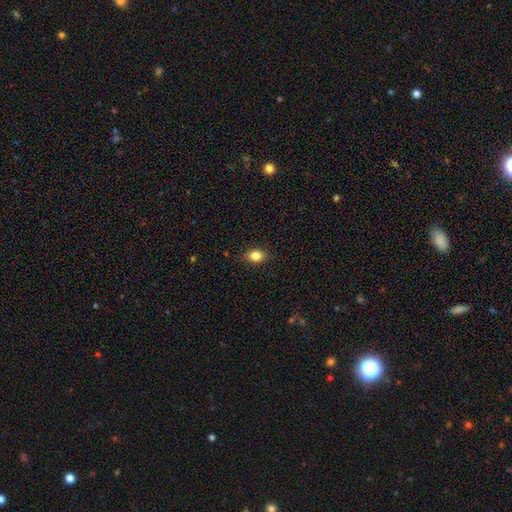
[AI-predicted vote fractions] Smooth or featured: smooth — 82% (star or artifact — 10%)
How rounded: in between — 71% (round — 27%)
Merging: none — 86% (minor disturbance — 11%)